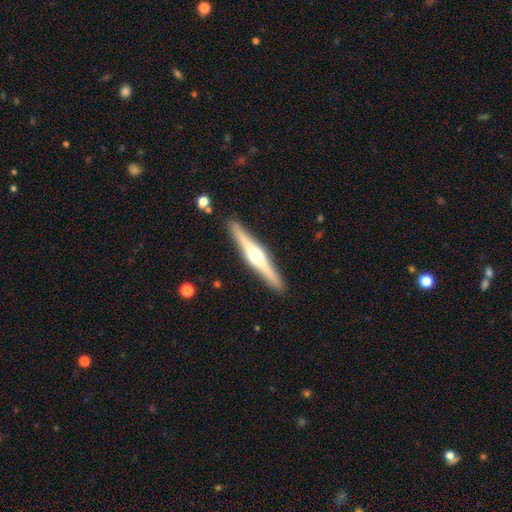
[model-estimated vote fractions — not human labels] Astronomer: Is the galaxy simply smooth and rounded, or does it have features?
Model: featured or disk — 75%.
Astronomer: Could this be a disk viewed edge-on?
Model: yes — 98%.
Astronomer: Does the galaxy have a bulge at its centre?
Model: rounded — 94%.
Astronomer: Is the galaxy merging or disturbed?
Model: none — 92%.